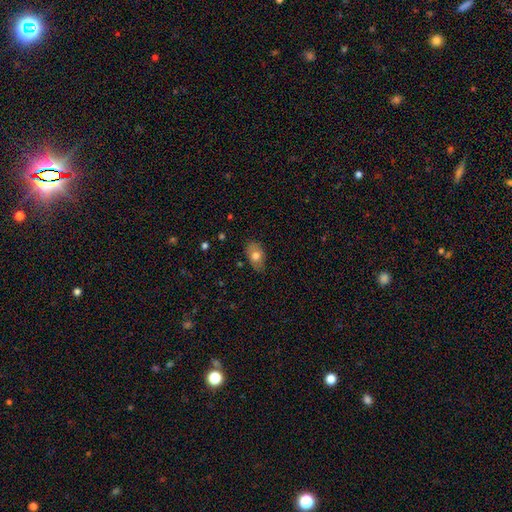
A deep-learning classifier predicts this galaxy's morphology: Smooth or featured? Predicted: smooth (p=0.71). How rounded? Predicted: in between (p=0.86). Merging? Predicted: none (p=0.72).